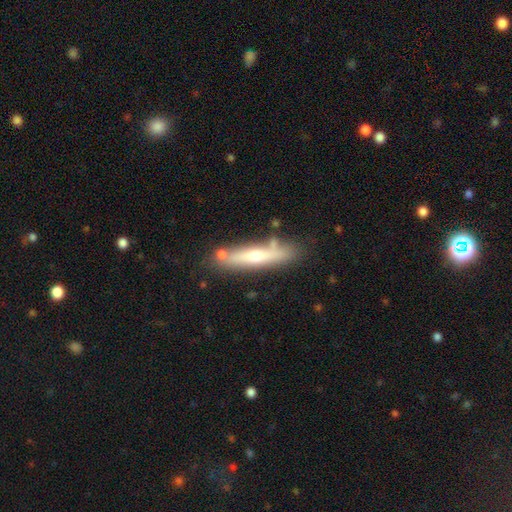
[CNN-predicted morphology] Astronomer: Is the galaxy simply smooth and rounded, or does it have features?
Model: smooth — 49% (runner-up: featured or disk, 45%).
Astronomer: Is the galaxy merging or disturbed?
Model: none — 72%.